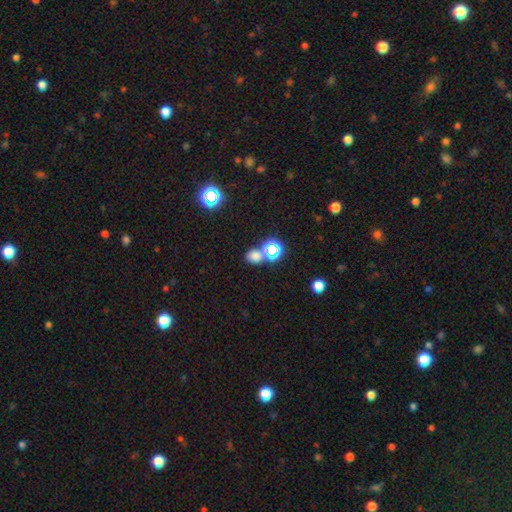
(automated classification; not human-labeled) This appears to be a smooth galaxy with no disk features (63%) that is round (59%). Merging: none (67%).